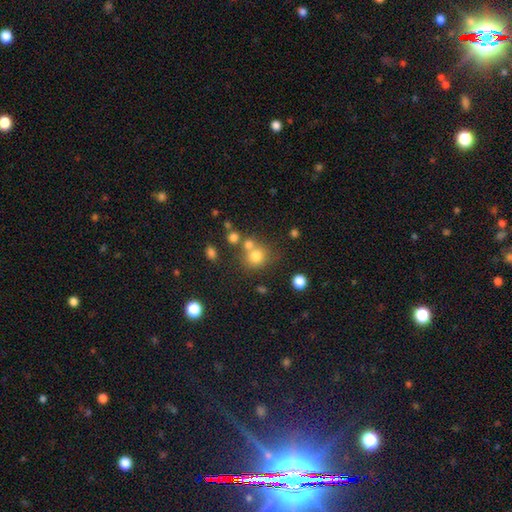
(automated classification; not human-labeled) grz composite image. It shows a smooth galaxy with no disk features (75%) that is round (85%). Merging: none (56%).